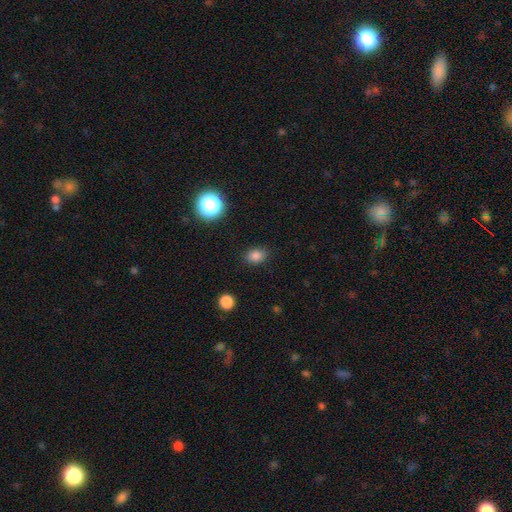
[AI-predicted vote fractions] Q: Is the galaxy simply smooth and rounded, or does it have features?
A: smooth — 82%.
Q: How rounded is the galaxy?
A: in between — 62%.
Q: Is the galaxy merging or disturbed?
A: none — 86%.